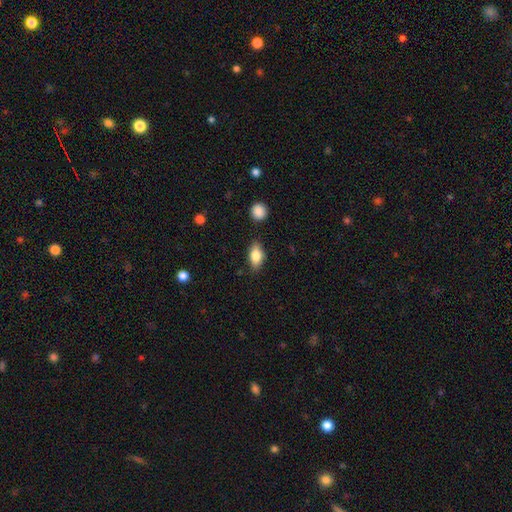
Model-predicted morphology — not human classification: This is likely a smooth galaxy (75%). How rounded: clearly in between (84%). Merging: clearly none (81%).